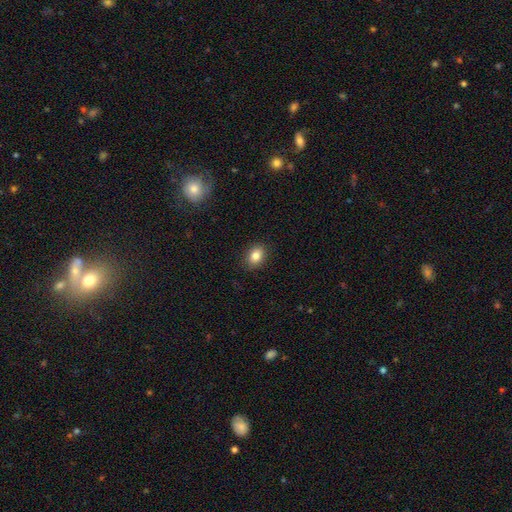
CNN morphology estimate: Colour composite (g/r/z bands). It shows a smooth galaxy with no disk features (84%) that is in between round and cigar-shaped (68%). Merging: none (89%).